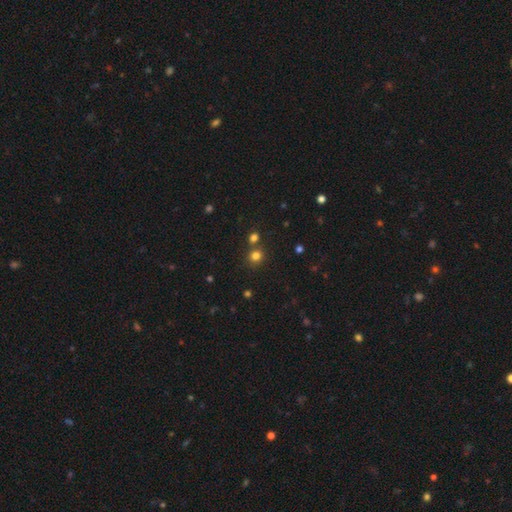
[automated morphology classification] A smooth galaxy with no disk features (76%) that is round (87%). Merging: none (74%).